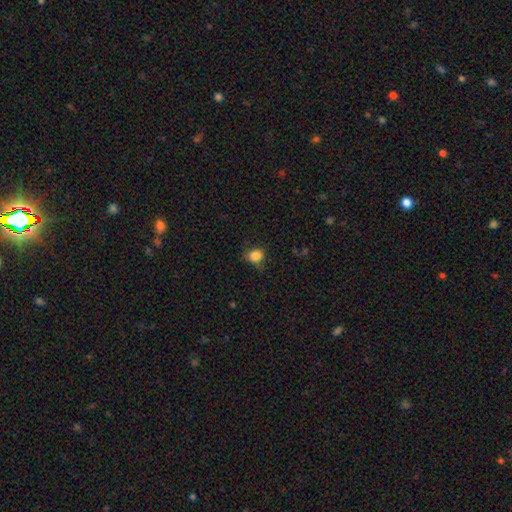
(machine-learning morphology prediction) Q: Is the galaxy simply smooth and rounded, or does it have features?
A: smooth — 84%.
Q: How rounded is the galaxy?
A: round — 62%.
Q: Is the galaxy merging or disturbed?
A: none — 65%.